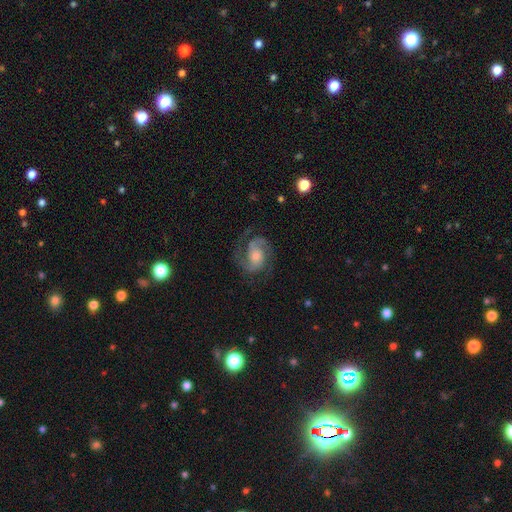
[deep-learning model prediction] smooth_or_featured: featured or disk (p=0.88) [alt: smooth p=0.06]
disk_edge_on: no (p=0.98) [alt: yes p=0.02]
bar: no (p=0.60) [alt: weak p=0.32]
has_spiral_arms: yes (p=0.98) [alt: no p=0.02]
spiral_winding: medium (p=0.54) [alt: tight p=0.33]
spiral_arm_count: 2 (p=0.85) [alt: 3 p=0.05]
bulge_size: moderate (p=0.50) [alt: small p=0.36]
merging: none (p=0.76) [alt: minor disturbance p=0.14]